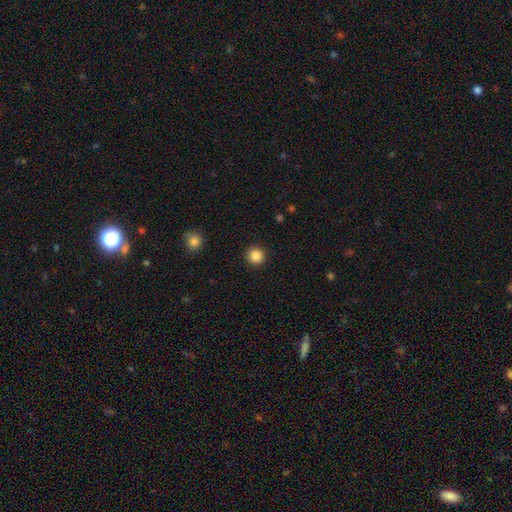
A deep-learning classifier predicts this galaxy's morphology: This appears to be a smooth galaxy with no disk features (86%) that is round (93%). Merging: none (92%).